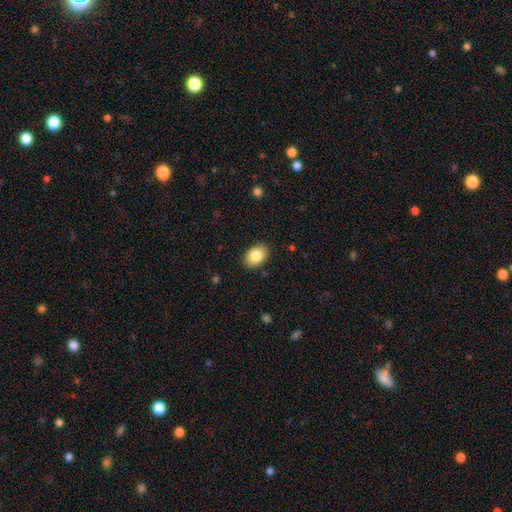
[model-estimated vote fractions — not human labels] The model was most divided on "how rounded": in between: 85%, round: 13%, cigar-shaped: 1%. More confident: merging — none (88%); smooth or featured — smooth (85%).